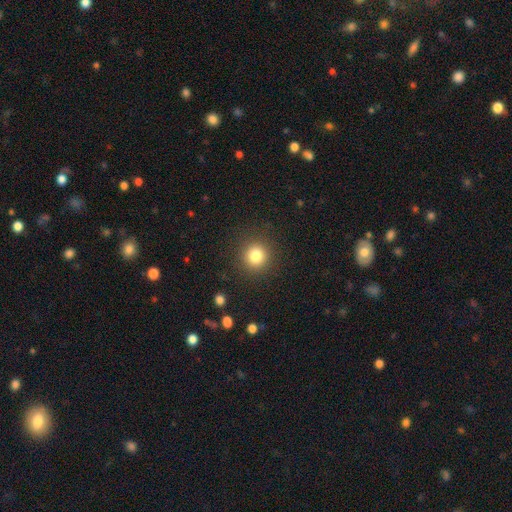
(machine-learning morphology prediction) Overall: smooth (81%). How rounded: round (93%). Merging: none (90%).